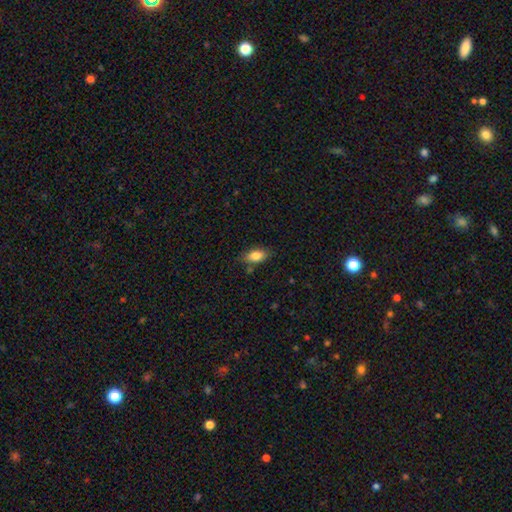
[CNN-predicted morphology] type=smooth (82%); roundness=in between (89%); merging=none (77%).